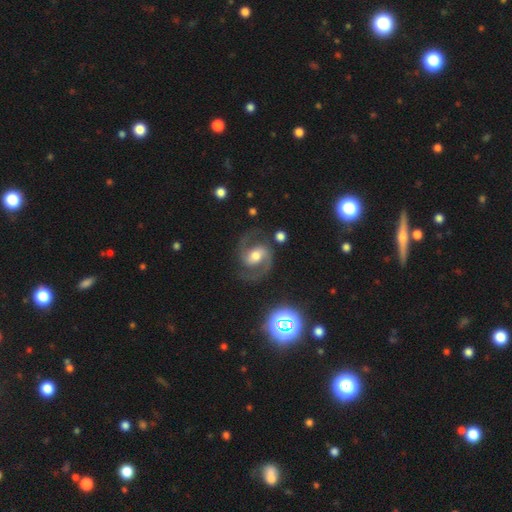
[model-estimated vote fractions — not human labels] smooth-or-featured: featured or disk: 87% | star or artifact: 6% | smooth: 6%
  disk-edge-on: no: 98% | yes: 2%
    bar: weak: 44% | no: 31% | strong: 25%
    has-spiral-arms: yes: 97% | no: 3%
      spiral-winding: medium: 64% | tight: 18% | loose: 18%
      spiral-arm-count: 2: 94% | can't tell: 2% | 1: 1% | 3: 1% | 4: 1% | more than 4: 1%
    bulge-size: moderate: 67% | small: 16% | large: 14% | none: 2% | dominant: 2%
  merging: none: 79% | minor disturbance: 13% | major disturbance: 6% | merger: 2%